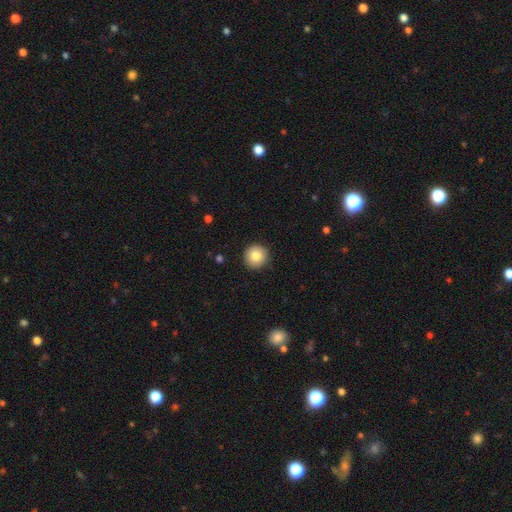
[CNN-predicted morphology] smooth-or-featured: smooth: 83% | star or artifact: 9% | featured or disk: 8%
  how-rounded: round: 95% | in between: 4% | cigar-shaped: 1%
  merging: none: 91% | minor disturbance: 6% | major disturbance: 2% | merger: 1%